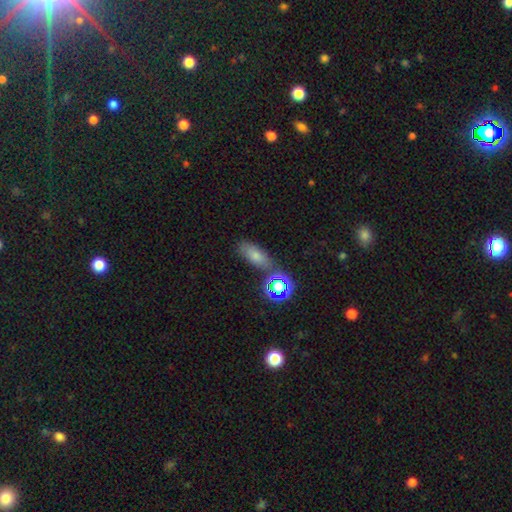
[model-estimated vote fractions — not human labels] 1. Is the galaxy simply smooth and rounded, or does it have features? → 70% smooth, 18% star or artifact, 12% featured or disk.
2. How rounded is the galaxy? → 74% in between, 17% cigar-shaped, 9% round.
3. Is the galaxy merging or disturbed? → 72% none, 14% minor disturbance, 10% merger, 5% major disturbance.